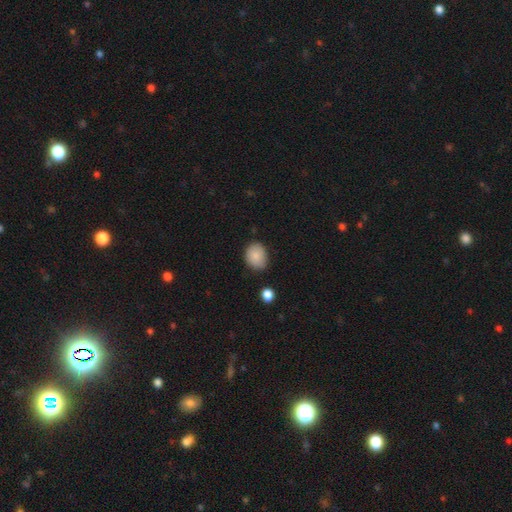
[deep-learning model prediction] Smooth or featured: smooth — 87% (star or artifact — 8%)
How rounded: in between — 52% (round — 47%)
Merging: none — 77% (minor disturbance — 17%)